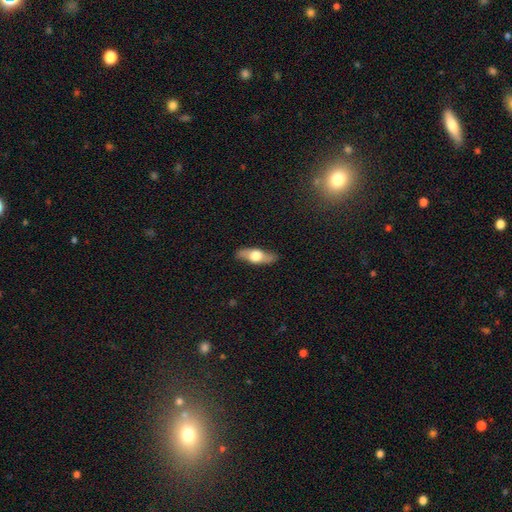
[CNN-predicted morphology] This is possibly a smooth galaxy (48%). Merging: clearly none (86%).